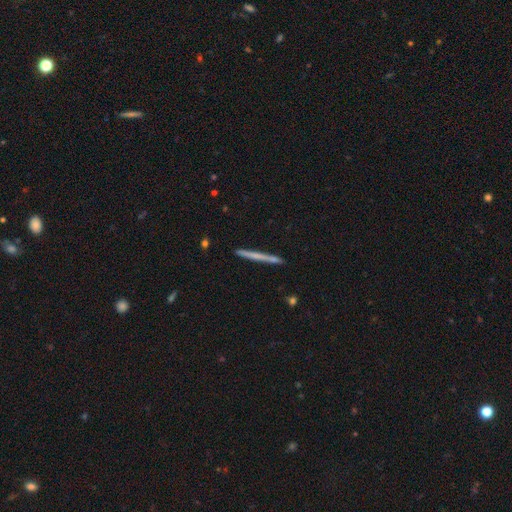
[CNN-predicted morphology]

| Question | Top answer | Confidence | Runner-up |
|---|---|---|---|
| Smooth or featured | smooth | 51% | featured or disk (43%) |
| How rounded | cigar-shaped | 97% | in between (2%) |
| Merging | none | 89% | minor disturbance (8%) |